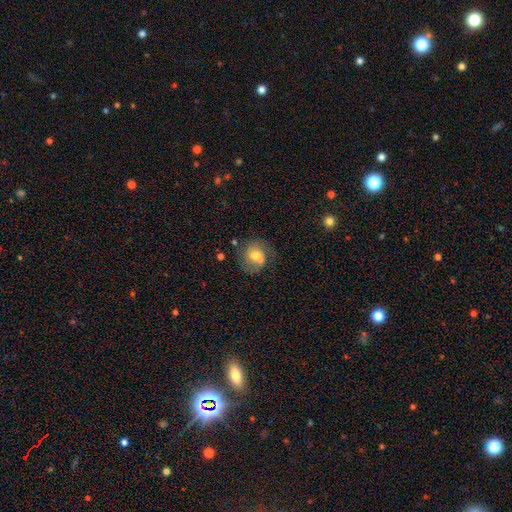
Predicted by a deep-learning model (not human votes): smooth_or_featured: smooth (p=0.52) [alt: featured or disk p=0.38]
how_rounded: round (p=0.79) [alt: in between p=0.20]
merging: none (p=0.48) [alt: merger p=0.31]